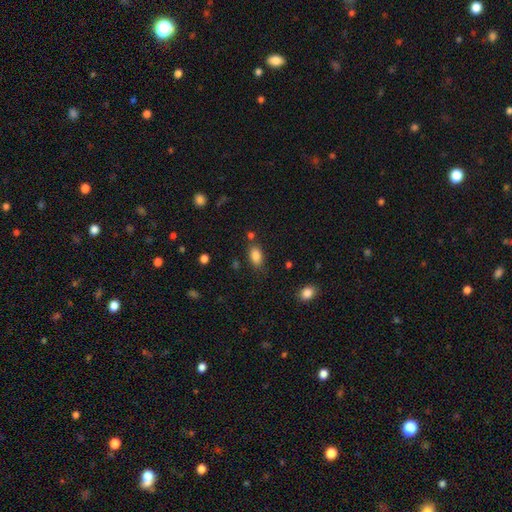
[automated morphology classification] Q: Smooth or featured?
A: smooth (85%); runner-up: star or artifact (9%)
Q: How rounded?
A: in between (88%); runner-up: round (9%)
Q: Merging?
A: none (76%); runner-up: minor disturbance (14%)